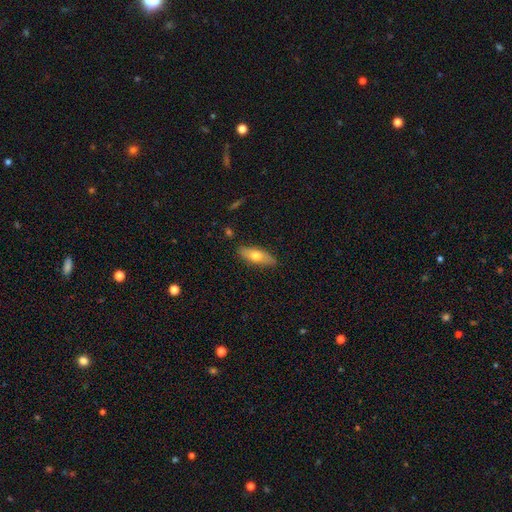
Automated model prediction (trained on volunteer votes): This appears to be a smooth galaxy with no disk features (62%) that is in between round and cigar-shaped (67%). Merging: none (85%).